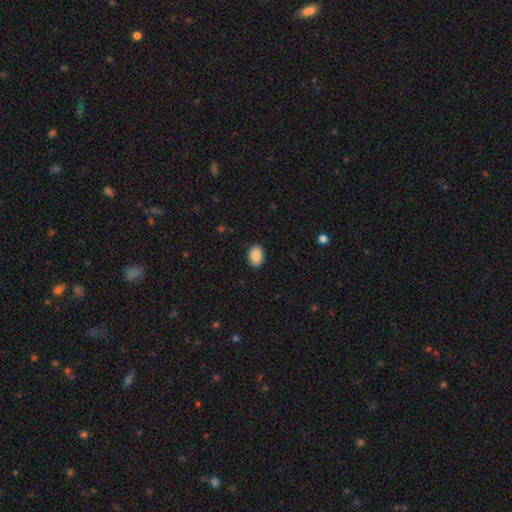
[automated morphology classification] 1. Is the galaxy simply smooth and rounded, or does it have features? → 90% smooth, 7% star or artifact, 3% featured or disk.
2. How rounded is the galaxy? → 83% in between, 16% round, 1% cigar-shaped.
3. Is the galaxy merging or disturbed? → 90% none, 7% minor disturbance, 2% major disturbance, 1% merger.